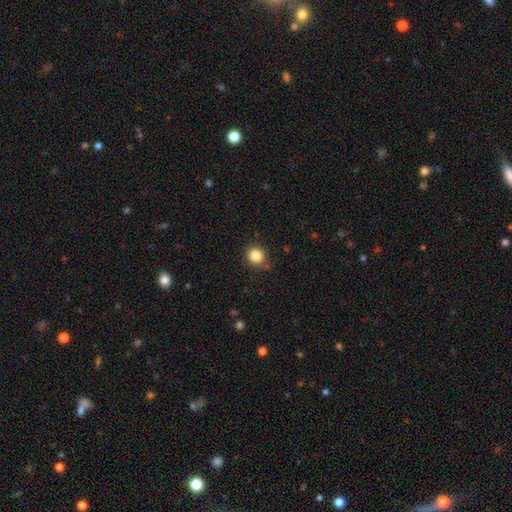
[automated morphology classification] smooth_or_featured: smooth (p=0.84) [alt: star or artifact p=0.11]
how_rounded: round (p=0.87) [alt: in between p=0.12]
merging: none (p=0.86) [alt: minor disturbance p=0.10]